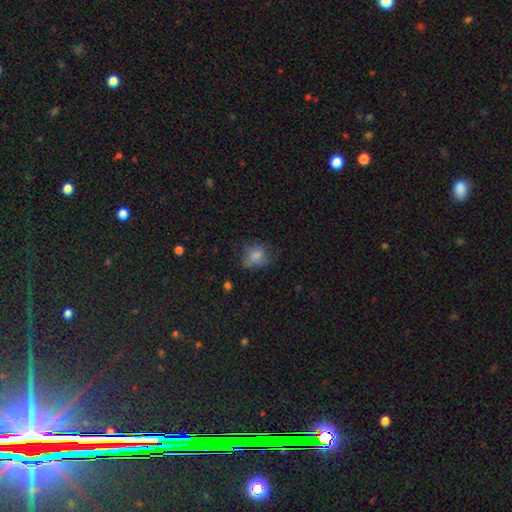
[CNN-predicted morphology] smooth 77%, featured or disk 12%, star or artifact 11%. Down the decision tree: how rounded — round (55%); merging — none (55%).